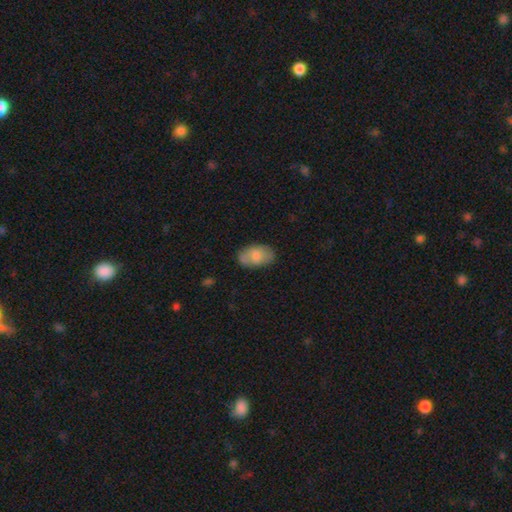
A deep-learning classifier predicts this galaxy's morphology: A smooth galaxy with no disk features (73%) that is in between round and cigar-shaped (92%).

Vote fractions:
- Smooth or featured? smooth: 73% / featured or disk: 20% / star or artifact: 6%
- How rounded? in between: 92% / round: 7% / cigar-shaped: 1%
- Merging? none: 70% / minor disturbance: 21% / merger: 5% / major disturbance: 5%